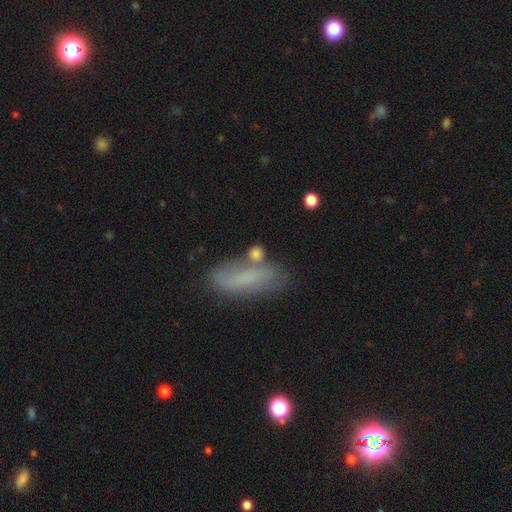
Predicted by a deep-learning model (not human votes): This appears to be a smooth galaxy with no disk features (67%) that is in between round and cigar-shaped (59%). Merging: none (53%).